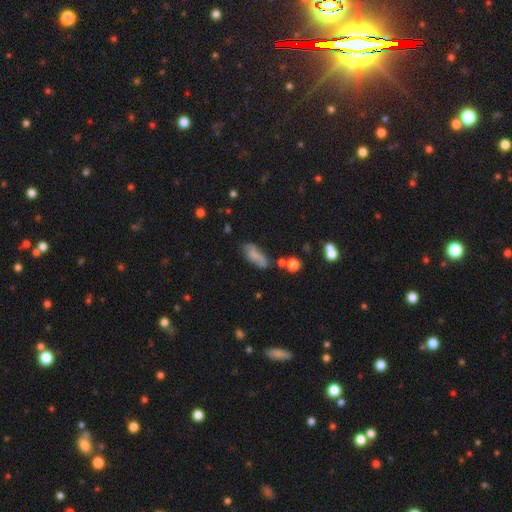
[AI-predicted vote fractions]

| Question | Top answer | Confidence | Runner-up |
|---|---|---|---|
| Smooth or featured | smooth | 52% | featured or disk (37%) |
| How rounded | in between | 75% | cigar-shaped (21%) |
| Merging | none | 53% | minor disturbance (27%) |